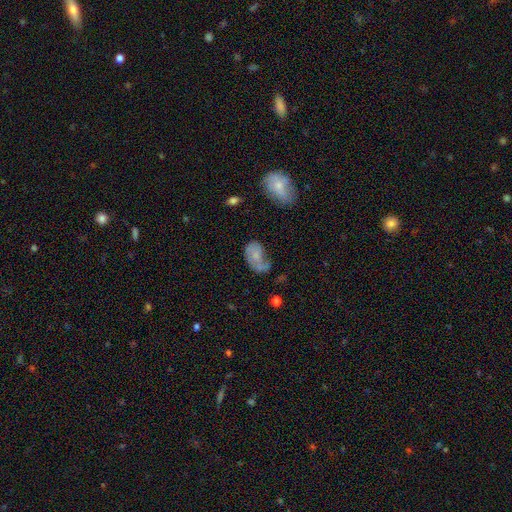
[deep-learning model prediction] smooth_or_featured: featured or disk (p=0.52) [alt: smooth p=0.39]
disk_edge_on: no (p=0.96) [alt: yes p=0.04]
merging: major disturbance (p=0.34) [alt: none p=0.32]